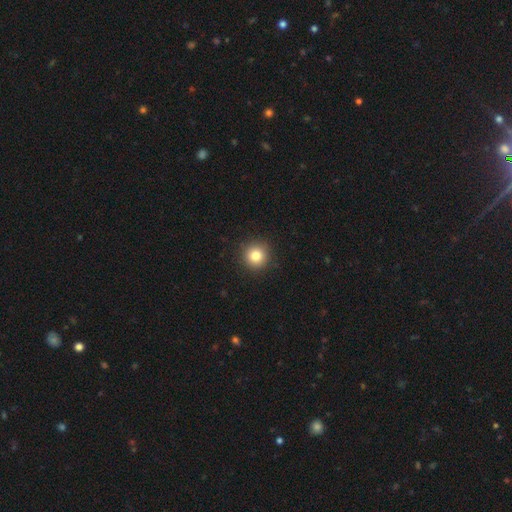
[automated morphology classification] type=smooth (81%); roundness=round (95%); merging=none (92%).